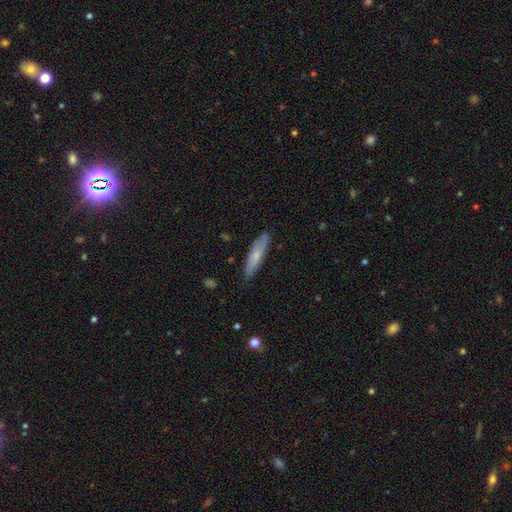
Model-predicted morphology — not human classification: type=smooth (64%); roundness=cigar-shaped (78%); merging=none (79%).